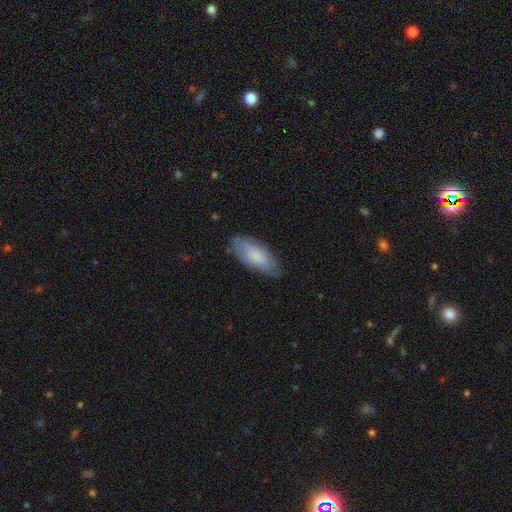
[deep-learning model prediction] smooth-or-featured: smooth: 72% | featured or disk: 22% | star or artifact: 6%
  how-rounded: in between: 81% | cigar-shaped: 17% | round: 2%
  merging: none: 77% | minor disturbance: 18% | major disturbance: 4% | merger: 1%